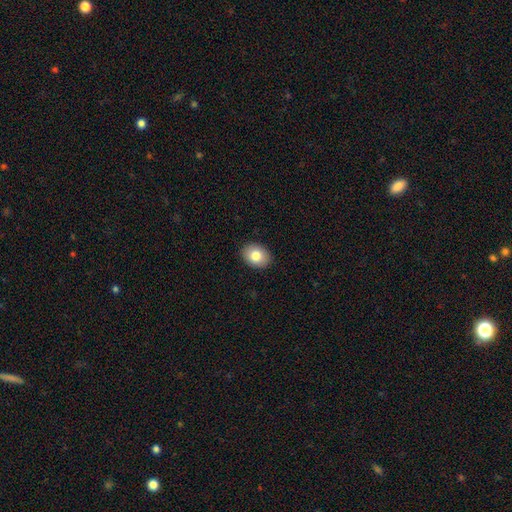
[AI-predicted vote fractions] A smooth galaxy with no disk features (82%) that is in between round and cigar-shaped (67%). Merging: none (91%).